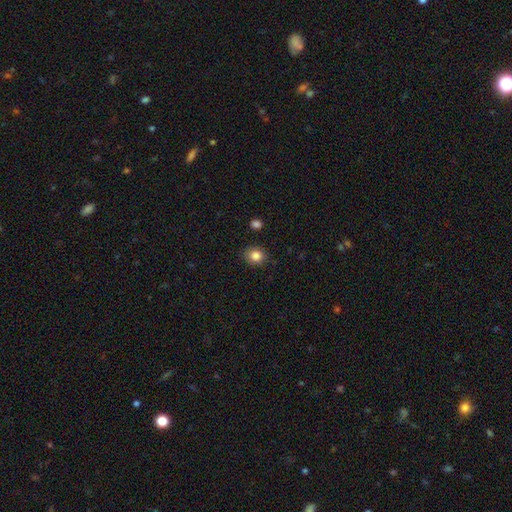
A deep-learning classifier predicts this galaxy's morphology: Smooth or featured?
  - smooth: 85% *
  - star or artifact: 10%
  - featured or disk: 5%
How rounded?
  - round: 71% *
  - in between: 28%
  - cigar-shaped: 1%
Merging?
  - none: 86% *
  - minor disturbance: 10%
  - major disturbance: 2%
  - merger: 2%